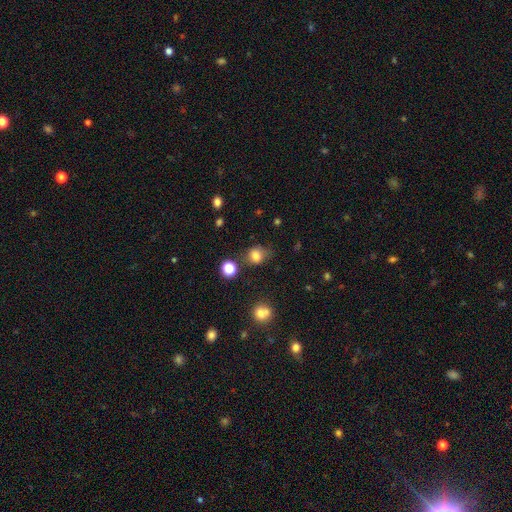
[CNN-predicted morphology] Smooth or featured?
  - smooth: 77% *
  - star or artifact: 14%
  - featured or disk: 8%
How rounded?
  - round: 67% *
  - in between: 32%
  - cigar-shaped: 1%
Merging?
  - none: 63% *
  - minor disturbance: 24%
  - major disturbance: 8%
  - merger: 5%